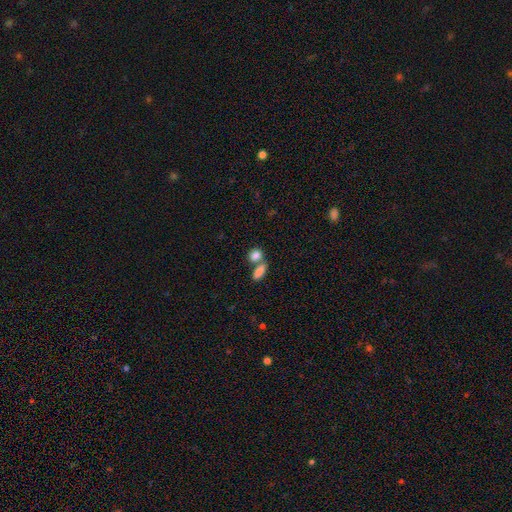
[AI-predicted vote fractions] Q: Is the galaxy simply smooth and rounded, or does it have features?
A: smooth — 84%.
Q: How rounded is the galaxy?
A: in between — 55%.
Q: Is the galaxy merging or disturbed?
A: none — 45%.